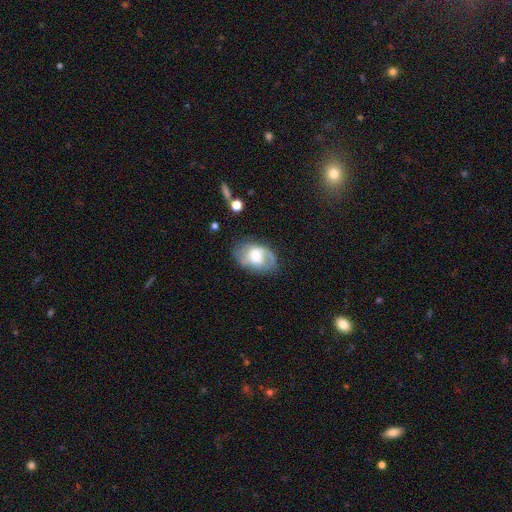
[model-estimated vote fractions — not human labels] featured or disk 62%, smooth 31%, star or artifact 7%. Down the decision tree: edge-on disk — no (95%); bar — no (49%); spiral arms — yes (82%); bulge size — moderate (51%); merging — none (65%).